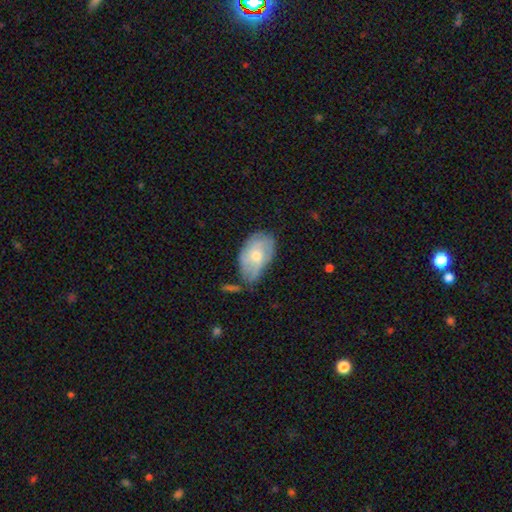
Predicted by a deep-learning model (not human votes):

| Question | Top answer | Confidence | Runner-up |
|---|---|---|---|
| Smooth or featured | smooth | 51% | featured or disk (42%) |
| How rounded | in between | 90% | round (8%) |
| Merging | none | 42% | minor disturbance (38%) |